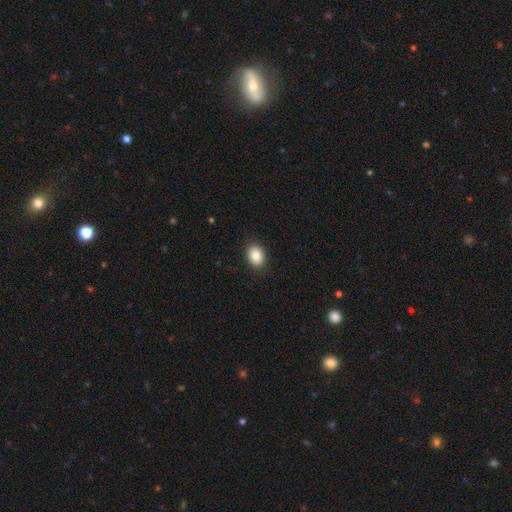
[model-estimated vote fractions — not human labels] Morphology: type=smooth (85%); roundness=in between (67%); merging=none (89%).